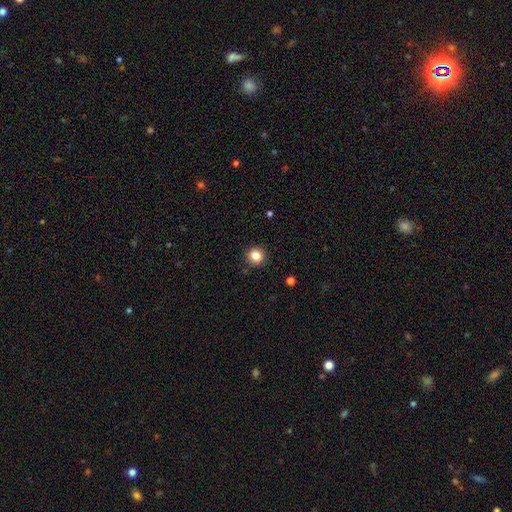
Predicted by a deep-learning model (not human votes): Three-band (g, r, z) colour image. It shows a smooth galaxy with no disk features (84%) that is round (87%). Merging: none (90%).